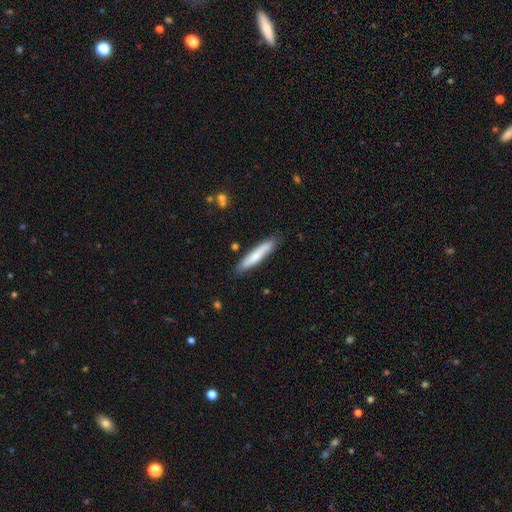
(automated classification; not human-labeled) Overall: smooth (63%; featured or disk 31%). How rounded: cigar-shaped (89%). Merging: none (83%).